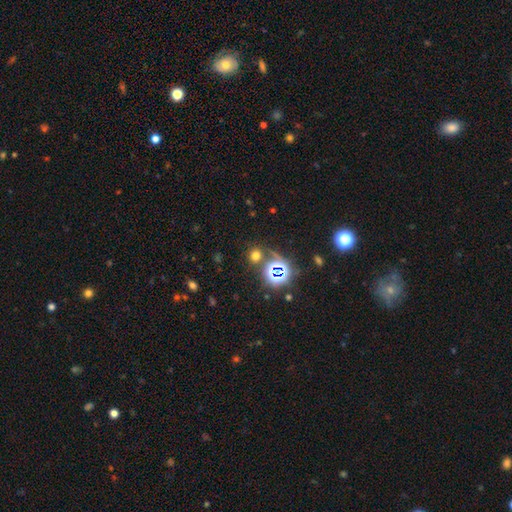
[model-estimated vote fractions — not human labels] A star or artifact, not a galaxy (74%).